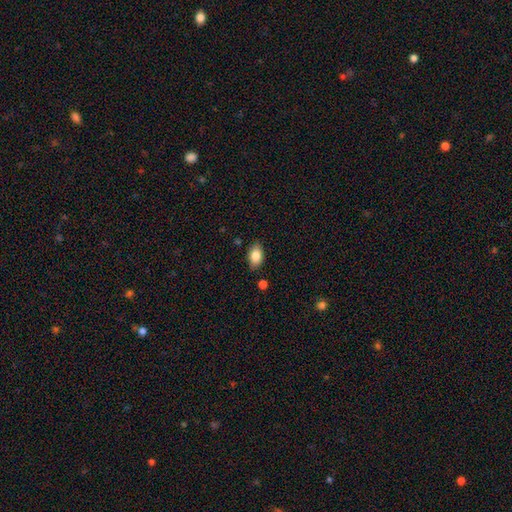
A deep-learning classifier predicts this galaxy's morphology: Overall: smooth (84%). How rounded: in between (89%). Merging: none (83%).